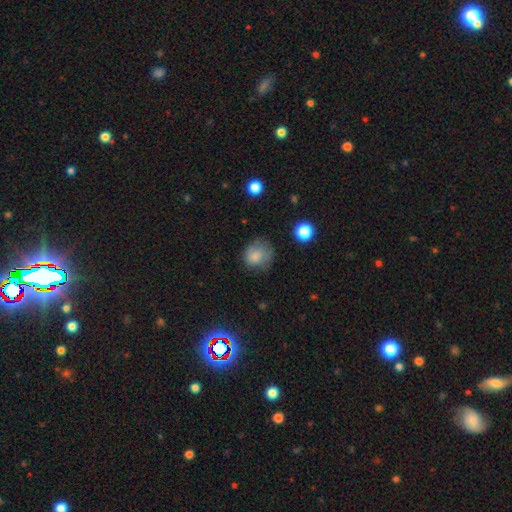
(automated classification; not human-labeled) Morphology: type=smooth (76%); roundness=round (71%); merging=none (57%).